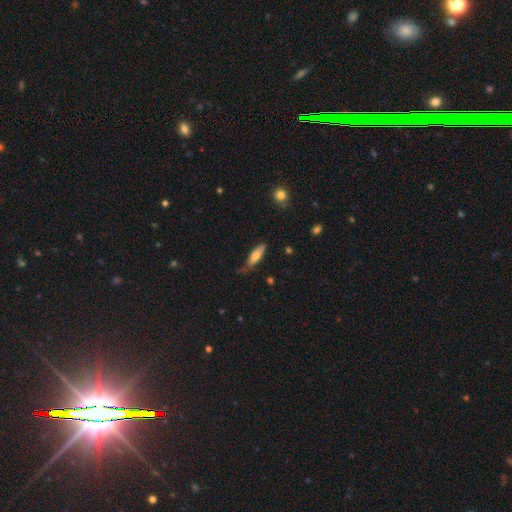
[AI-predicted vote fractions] This appears to be a smooth galaxy with no disk features (68%) that is cigar-shaped (53%). Merging: none (55%).